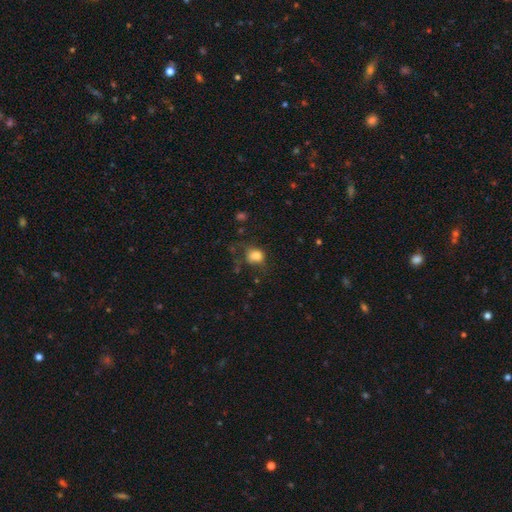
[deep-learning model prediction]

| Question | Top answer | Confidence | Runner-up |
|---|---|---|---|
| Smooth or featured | smooth | 80% | star or artifact (12%) |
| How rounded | round | 59% | in between (40%) |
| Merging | none | 52% | minor disturbance (27%) |